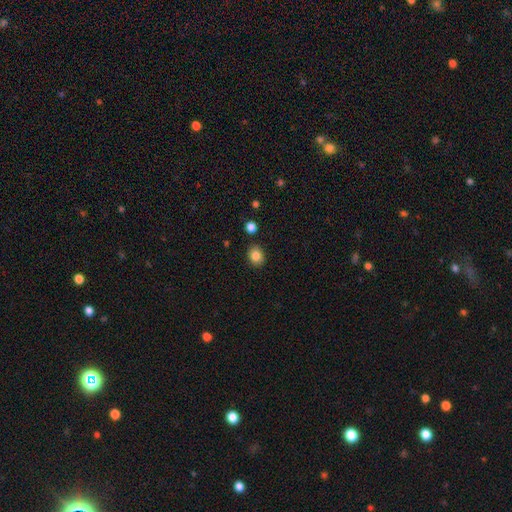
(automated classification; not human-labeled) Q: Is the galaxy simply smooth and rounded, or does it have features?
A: smooth — 85%.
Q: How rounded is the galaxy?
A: round — 54%.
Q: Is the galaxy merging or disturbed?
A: none — 87%.